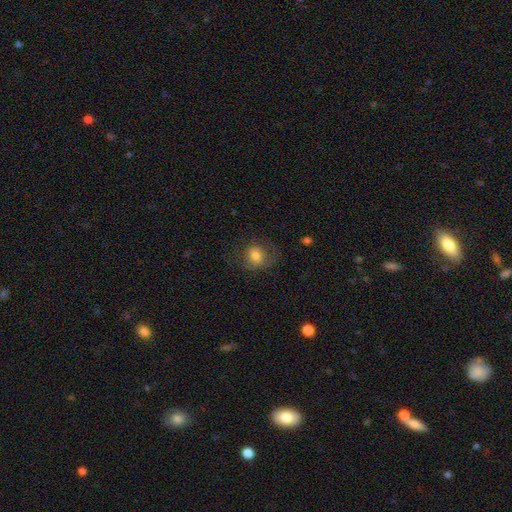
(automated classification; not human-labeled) Smooth or featured: smooth — 74% (featured or disk — 17%)
How rounded: round — 67% (in between — 32%)
Merging: none — 65% (minor disturbance — 19%)